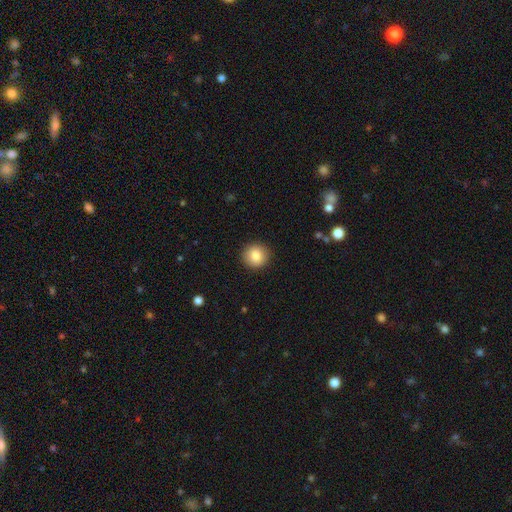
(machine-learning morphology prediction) Overall: smooth (84%). How rounded: round (92%). Merging: none (91%).